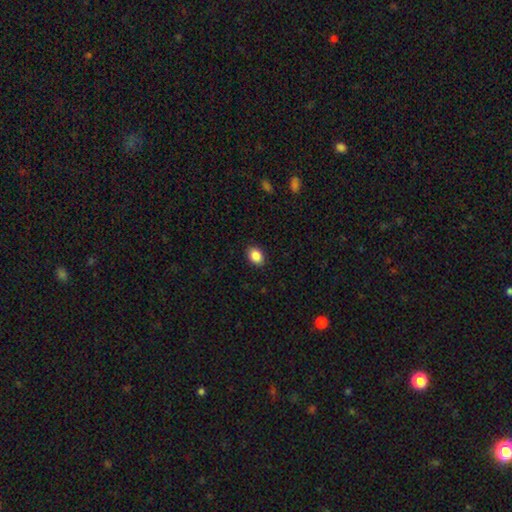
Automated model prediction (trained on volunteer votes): This is clearly a smooth galaxy (88%). How rounded: likely in between (69%). Merging: clearly none (89%).